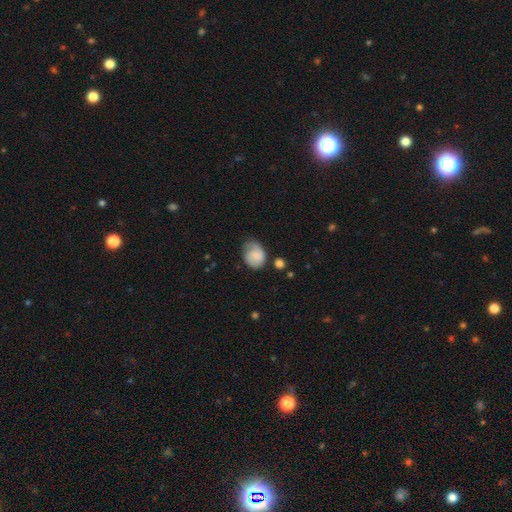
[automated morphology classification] type=smooth (66%); roundness=in between (60%); merging=none (47%).